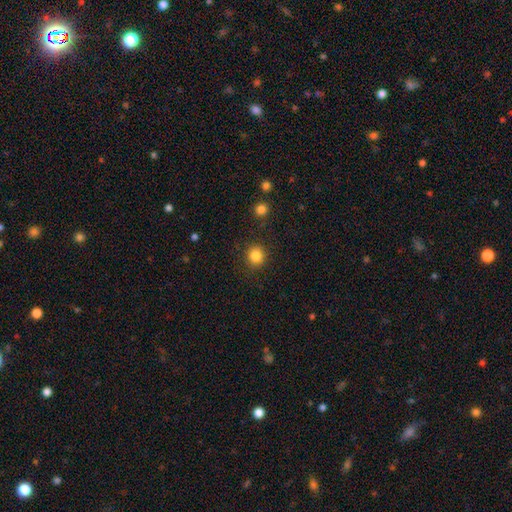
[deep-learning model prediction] Morphology: type=smooth (84%); roundness=round (89%); merging=none (89%).